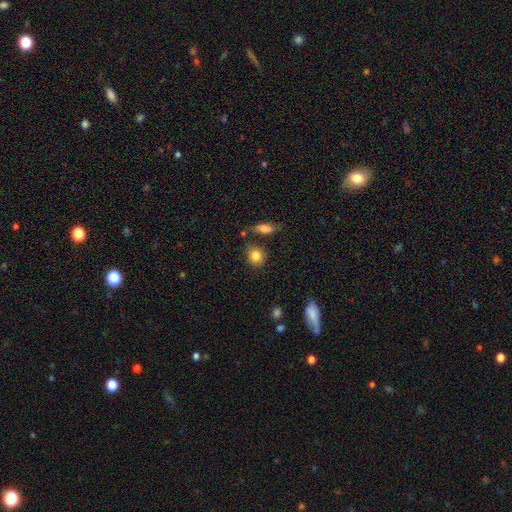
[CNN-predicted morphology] This is clearly a smooth galaxy (84%). How rounded: likely round (72%). Merging: likely none (70%).